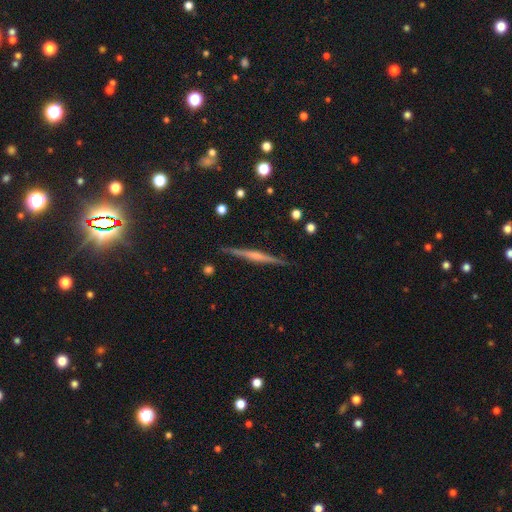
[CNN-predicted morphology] Q: Smooth or featured?
A: featured or disk (72%); runner-up: smooth (22%)
Q: Edge-on disk?
A: yes (98%); runner-up: no (2%)
Q: Edge-on bulge?
A: rounded (49%); runner-up: none (35%)
Q: Merging?
A: none (90%); runner-up: minor disturbance (7%)